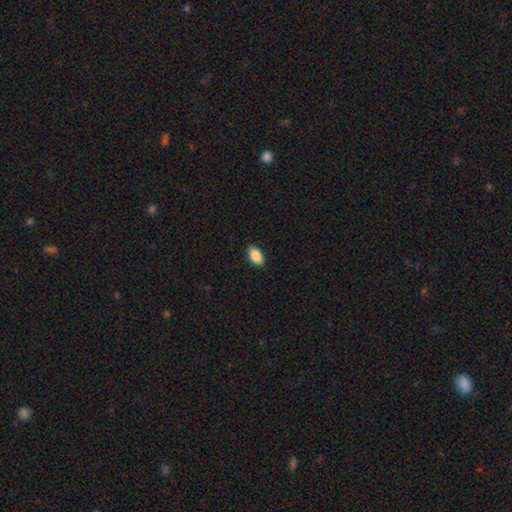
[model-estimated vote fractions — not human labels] This is clearly a smooth galaxy (88%). How rounded: clearly in between (92%). Merging: clearly none (87%).